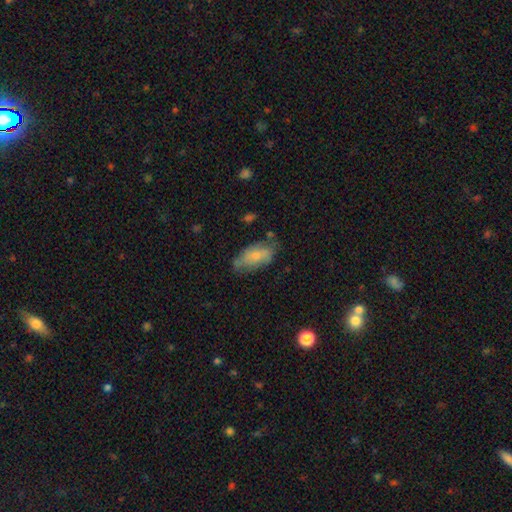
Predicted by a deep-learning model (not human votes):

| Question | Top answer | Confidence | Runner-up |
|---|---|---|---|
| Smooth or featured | smooth | 65% | featured or disk (28%) |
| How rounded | in between | 89% | cigar-shaped (8%) |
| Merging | none | 51% | minor disturbance (33%) |